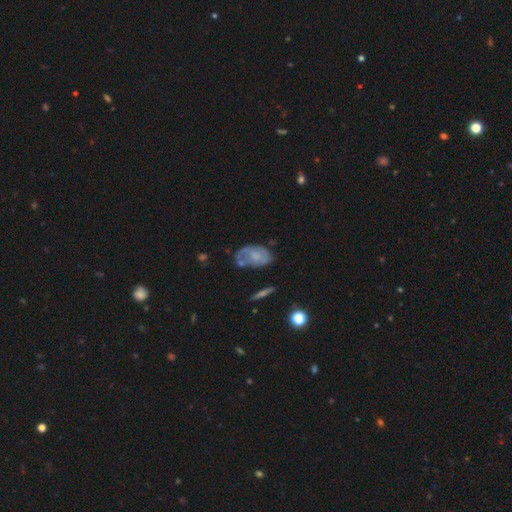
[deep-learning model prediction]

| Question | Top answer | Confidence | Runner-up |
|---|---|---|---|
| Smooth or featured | featured or disk | 50% | smooth (42%) |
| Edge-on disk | no | 94% | yes (6%) |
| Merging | none | 44% | minor disturbance (30%) |